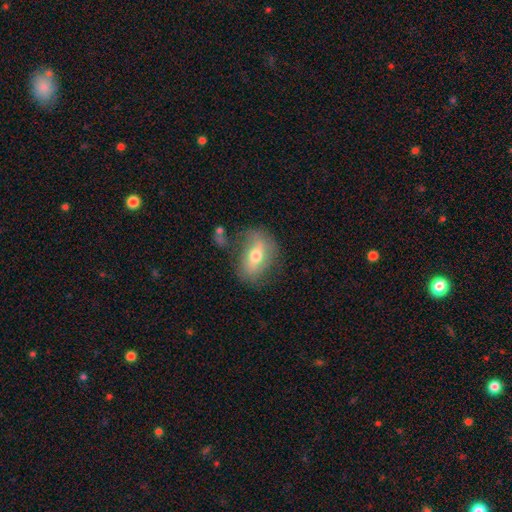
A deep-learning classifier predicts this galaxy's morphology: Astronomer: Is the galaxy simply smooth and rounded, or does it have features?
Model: smooth — 46%, tied with featured or disk at 46%.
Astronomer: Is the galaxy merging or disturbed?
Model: none — 66%.